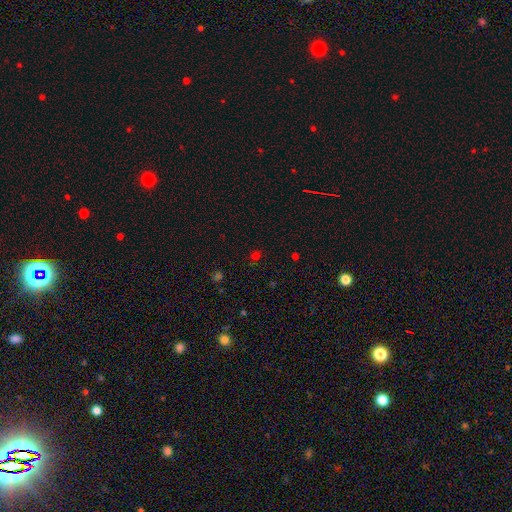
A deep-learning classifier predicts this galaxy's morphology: Overall: smooth (55%; star or artifact 40%). How rounded: round (76%). Merging: none (80%).